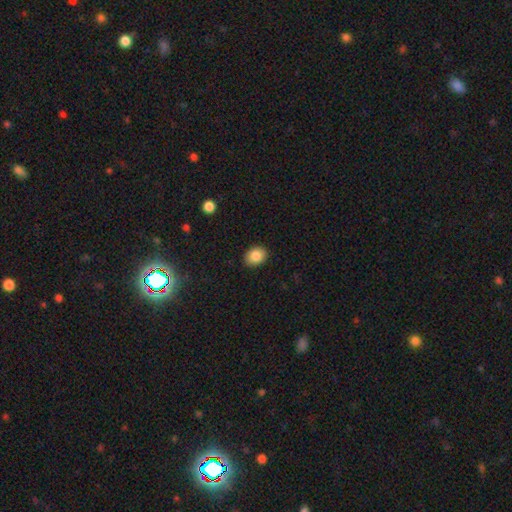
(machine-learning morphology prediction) smooth 86%, star or artifact 8%, featured or disk 5%. Down the decision tree: how rounded — in between (60%); merging — none (88%).